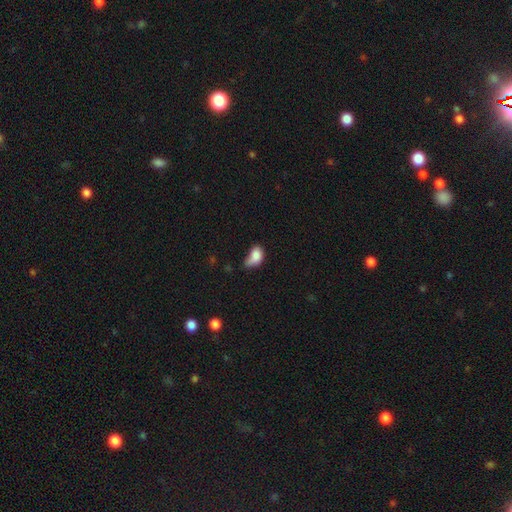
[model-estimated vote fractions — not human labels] The model was most divided on "merging": minor disturbance: 40%, none: 25%, major disturbance: 25%, merger: 10%. More confident: how rounded — in between (84%); smooth or featured — smooth (81%).